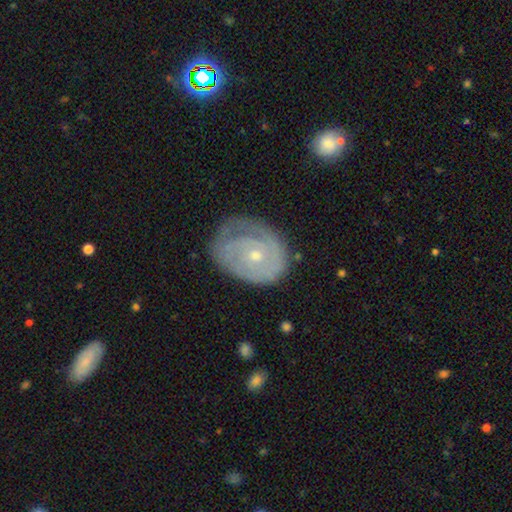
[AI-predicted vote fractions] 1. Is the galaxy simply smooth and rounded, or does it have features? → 73% featured or disk, 22% smooth, 6% star or artifact.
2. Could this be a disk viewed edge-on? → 97% no, 3% yes.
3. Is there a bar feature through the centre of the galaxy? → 80% no, 17% weak, 3% strong.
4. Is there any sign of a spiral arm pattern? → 82% yes, 18% no.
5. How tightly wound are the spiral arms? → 72% tight, 20% medium, 8% loose.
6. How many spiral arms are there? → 37% can't tell, 27% 2, 24% 1, 7% 3, 3% 4, 3% more than 4.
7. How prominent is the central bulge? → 65% small, 32% moderate, 1% none, 1% large, 1% dominant.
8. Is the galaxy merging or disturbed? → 59% none, 27% minor disturbance, 12% major disturbance, 2% merger.